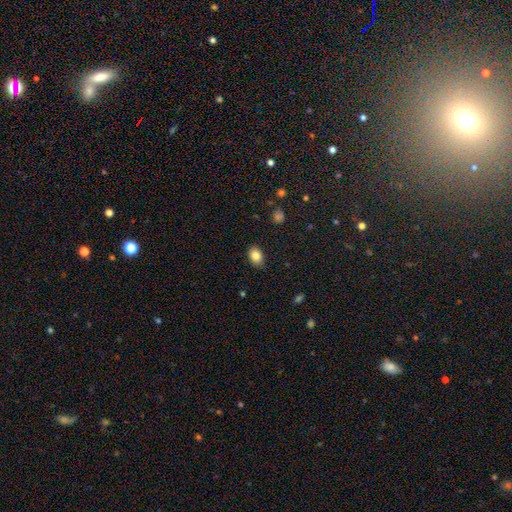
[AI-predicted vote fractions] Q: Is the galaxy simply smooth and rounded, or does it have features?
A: smooth — 84%.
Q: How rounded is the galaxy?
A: in between — 78%.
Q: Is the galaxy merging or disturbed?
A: none — 86%.